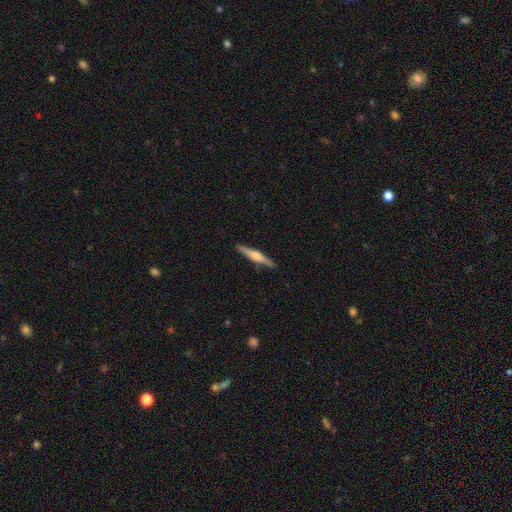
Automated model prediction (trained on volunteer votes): Morphology: type=featured or disk (63%); edge-on=yes (98%); edge-on bulge=rounded (80%); merging=none (90%).